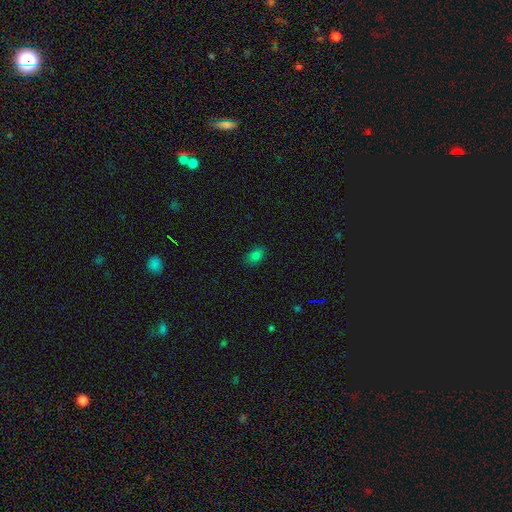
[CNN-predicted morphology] smooth 79%, star or artifact 14%, featured or disk 7%. Down the decision tree: how rounded — in between (80%); merging — none (85%).